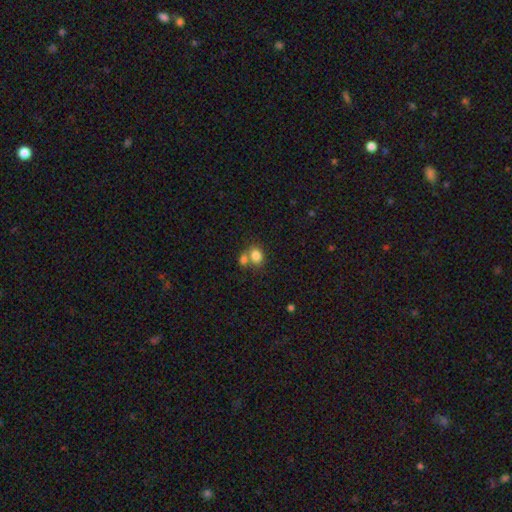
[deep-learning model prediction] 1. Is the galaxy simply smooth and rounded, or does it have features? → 82% smooth, 10% star or artifact, 8% featured or disk.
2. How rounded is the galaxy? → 55% in between, 44% round, 1% cigar-shaped.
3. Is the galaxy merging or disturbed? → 44% merger, 42% none, 10% minor disturbance, 4% major disturbance.